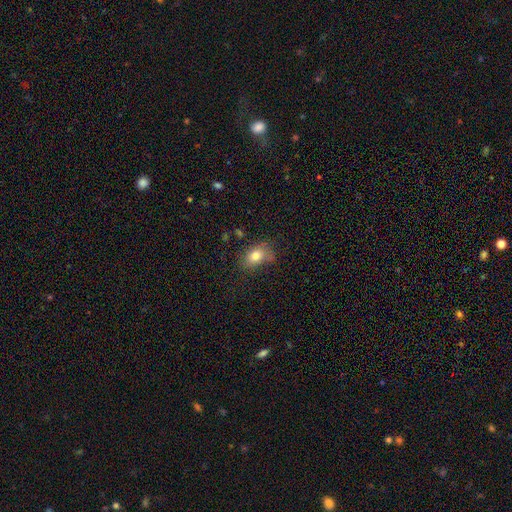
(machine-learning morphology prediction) Smooth or featured? smooth (80%)
How rounded? in between (80%)
Merging? none (66%)